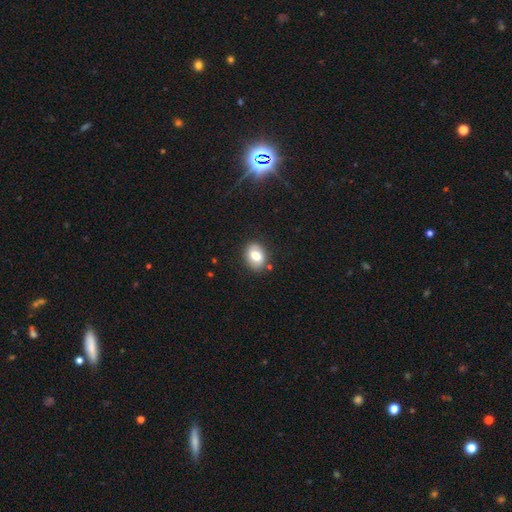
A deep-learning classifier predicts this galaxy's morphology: Smooth or featured? Predicted: smooth (p=0.73). How rounded? Predicted: in between (p=0.63). Merging? Predicted: none (p=0.83).